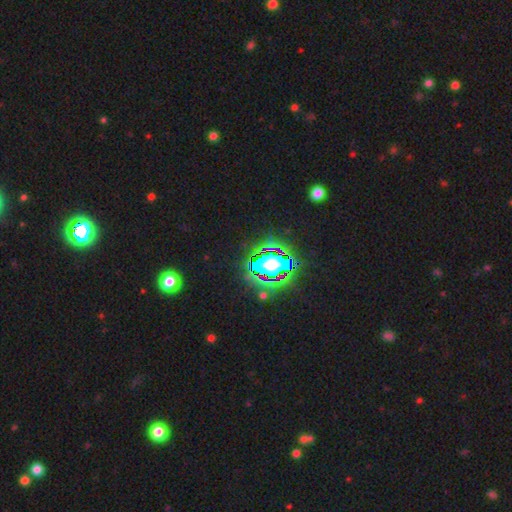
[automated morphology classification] The model was most divided on "smooth or featured": star or artifact: 82%, smooth: 12%, featured or disk: 7%.